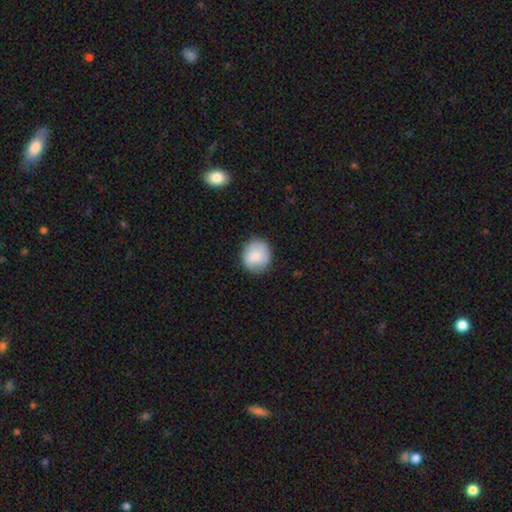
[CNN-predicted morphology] Smooth or featured? smooth (83%)
How rounded? round (82%)
Merging? none (84%)